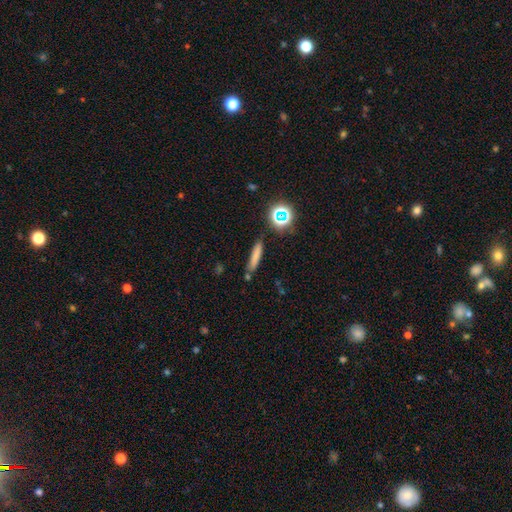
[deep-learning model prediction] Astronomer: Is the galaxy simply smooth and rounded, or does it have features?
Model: smooth — 73%.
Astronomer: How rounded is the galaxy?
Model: cigar-shaped — 86%.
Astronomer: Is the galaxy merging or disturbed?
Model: none — 79%.